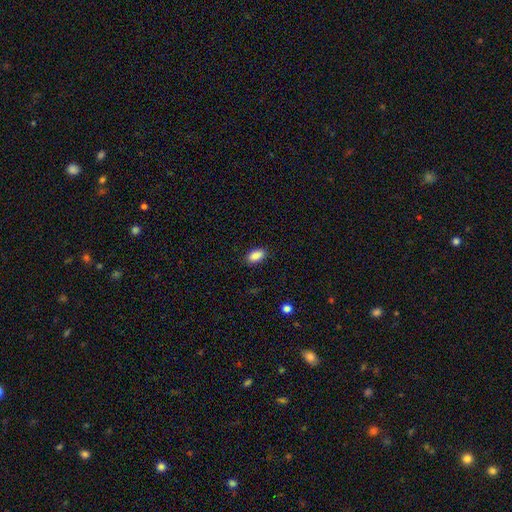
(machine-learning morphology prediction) Smooth or featured? smooth (89%)
How rounded? in between (92%)
Merging? none (87%)